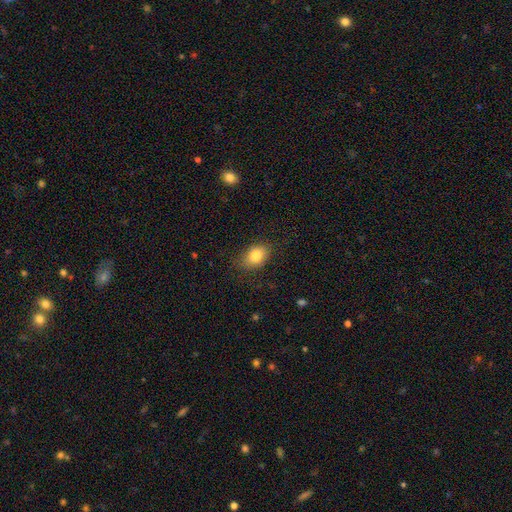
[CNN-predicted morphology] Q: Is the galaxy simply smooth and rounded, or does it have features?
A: smooth — 82%.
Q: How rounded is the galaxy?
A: in between — 74%.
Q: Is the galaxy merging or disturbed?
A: none — 81%.